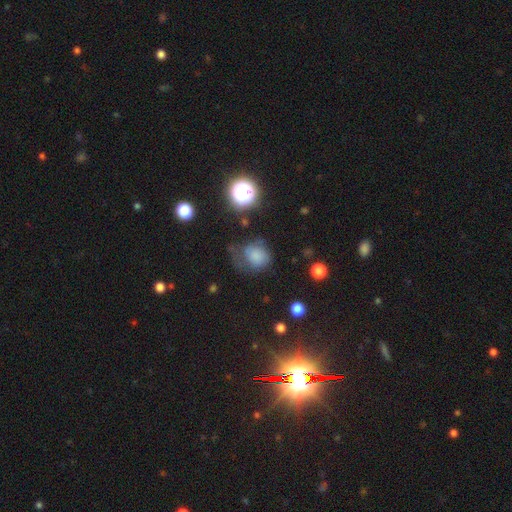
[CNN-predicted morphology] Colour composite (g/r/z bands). It shows a smooth galaxy with no disk features (72%) that is round (65%). Merging: none (40%).